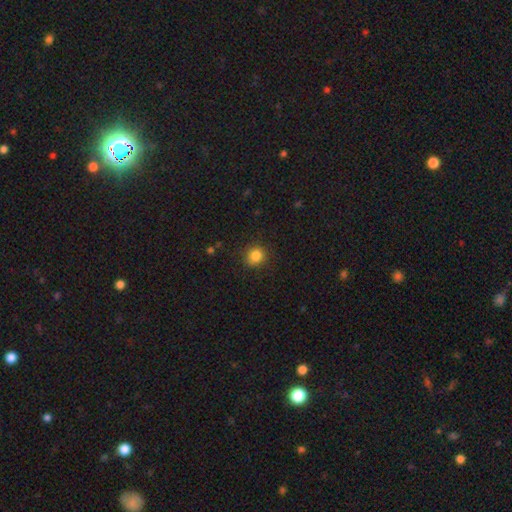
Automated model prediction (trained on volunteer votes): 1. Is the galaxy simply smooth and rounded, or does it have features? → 84% smooth, 11% star or artifact, 5% featured or disk.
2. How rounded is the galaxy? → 83% round, 16% in between, 1% cigar-shaped.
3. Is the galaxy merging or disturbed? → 87% none, 9% minor disturbance, 3% major disturbance, 1% merger.